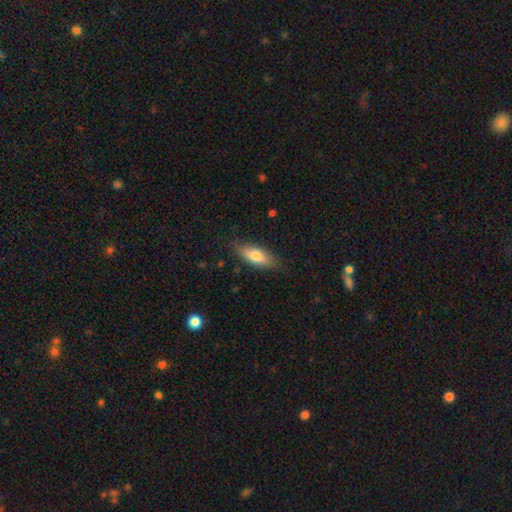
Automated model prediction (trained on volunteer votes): A smooth galaxy with no disk features (73%) that is in between round and cigar-shaped (72%).

Vote fractions:
- Smooth or featured? smooth: 73% / featured or disk: 20% / star or artifact: 6%
- How rounded? in between: 72% / cigar-shaped: 25% / round: 3%
- Merging? none: 80% / minor disturbance: 16% / major disturbance: 3% / merger: 1%